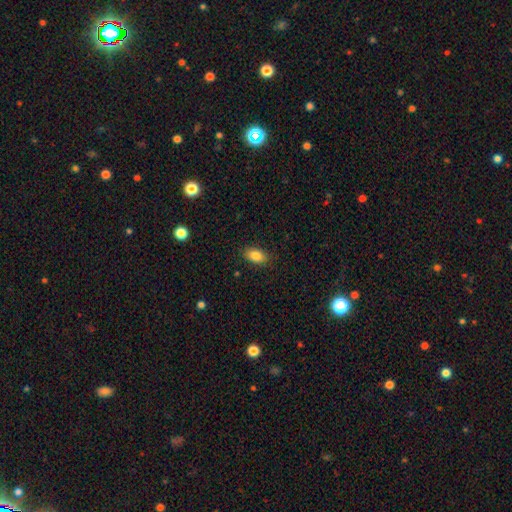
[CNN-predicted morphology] This is clearly a smooth galaxy (86%). How rounded: clearly in between (89%). Merging: clearly none (87%).